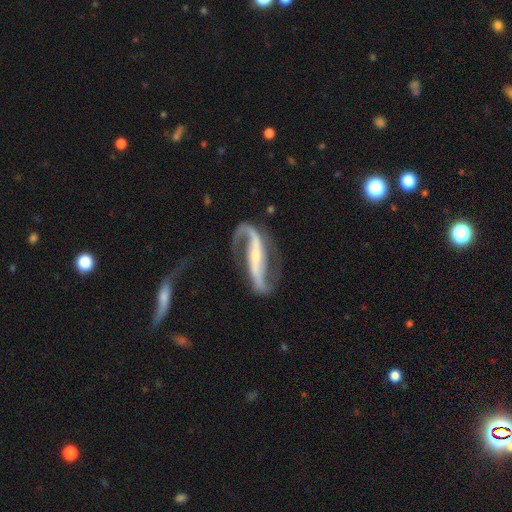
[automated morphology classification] smooth_or_featured: featured or disk (p=0.91) [alt: smooth p=0.05]
disk_edge_on: no (p=0.91) [alt: yes p=0.09]
bar: strong (p=0.66) [alt: weak p=0.19]
has_spiral_arms: yes (p=0.96) [alt: no p=0.04]
spiral_winding: loose (p=0.53) [alt: medium p=0.35]
spiral_arm_count: 2 (p=0.89) [alt: 1 p=0.07]
bulge_size: small (p=0.61) [alt: moderate p=0.26]
merging: none (p=0.61) [alt: major disturbance p=0.17]